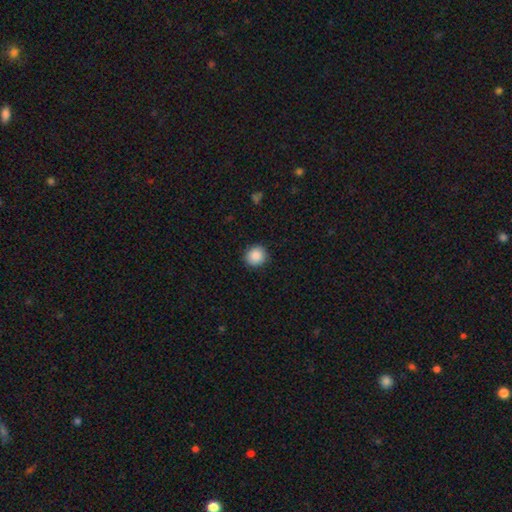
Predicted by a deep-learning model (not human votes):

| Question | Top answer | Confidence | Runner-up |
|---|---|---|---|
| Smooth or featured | smooth | 88% | star or artifact (8%) |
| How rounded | round | 90% | in between (9%) |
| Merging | none | 90% | minor disturbance (7%) |